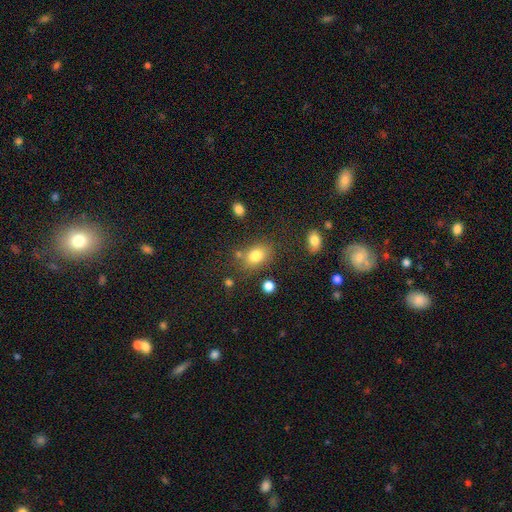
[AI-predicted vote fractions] Morphology: type=smooth (80%); roundness=in between (69%); merging=none (72%).